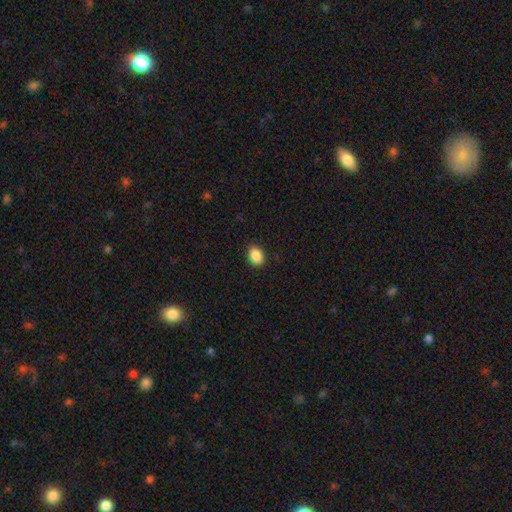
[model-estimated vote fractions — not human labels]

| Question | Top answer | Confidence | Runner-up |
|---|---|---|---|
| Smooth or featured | smooth | 89% | star or artifact (8%) |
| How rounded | in between | 79% | round (20%) |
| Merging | none | 85% | minor disturbance (12%) |